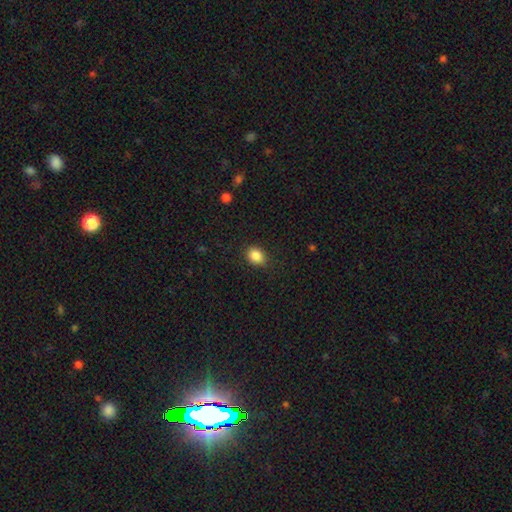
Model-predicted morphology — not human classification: smooth-or-featured: smooth: 87% | star or artifact: 9% | featured or disk: 4%
  how-rounded: in between: 59% | round: 40% | cigar-shaped: 1%
  merging: none: 85% | minor disturbance: 11% | major disturbance: 3% | merger: 1%